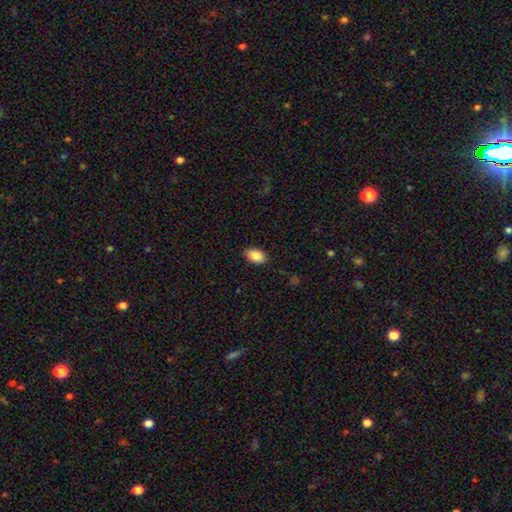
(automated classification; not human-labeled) smooth 87%, star or artifact 7%, featured or disk 5%. Down the decision tree: how rounded — in between (89%); merging — none (87%).